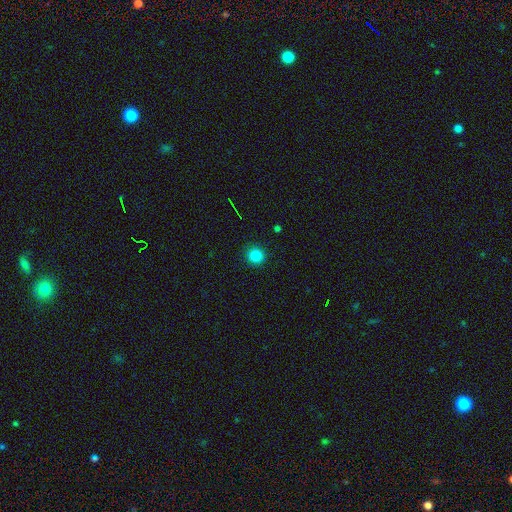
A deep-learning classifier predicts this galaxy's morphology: Smooth or featured? Predicted: smooth (p=0.84). How rounded? Predicted: round (p=0.93). Merging? Predicted: none (p=0.91).